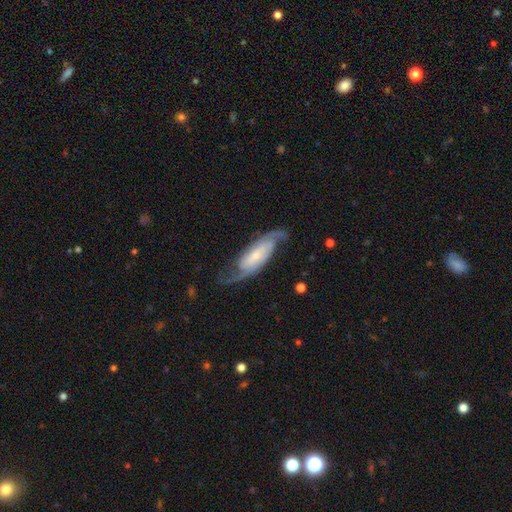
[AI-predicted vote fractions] A featured or disk galaxy (83%) with no bar (40%), 2 (87%) medium (46%) spiral arms (96%) and a small central bulge (56%).

Vote fractions:
- Smooth or featured? featured or disk: 83% / smooth: 11% / star or artifact: 5%
- Edge-on disk? no: 90% / yes: 10%
- Bar? no: 40% / weak: 37% / strong: 23%
- Spiral arms? yes: 96% / no: 4%
- Spiral winding? medium: 46% / loose: 28% / tight: 27%
- Spiral arm count? 2: 87% / can't tell: 6% / 3: 3% / 1: 2% / 4: 1% / more than 4: 1%
- Bulge size? small: 56% / moderate: 26% / none: 11% / large: 6% / dominant: 2%
- Merging? none: 71% / minor disturbance: 17% / major disturbance: 10% / merger: 2%